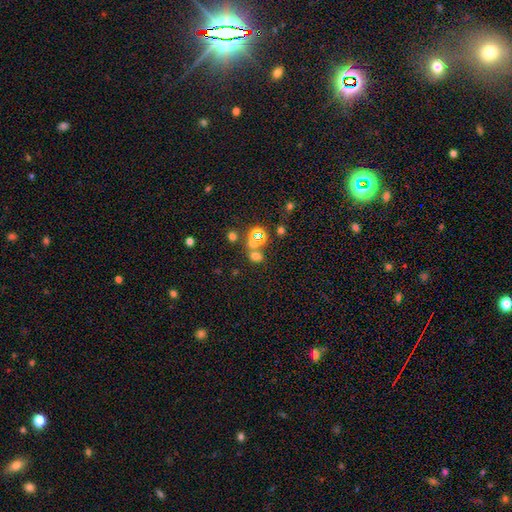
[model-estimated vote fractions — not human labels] Morphology: type=star or artifact (52%).